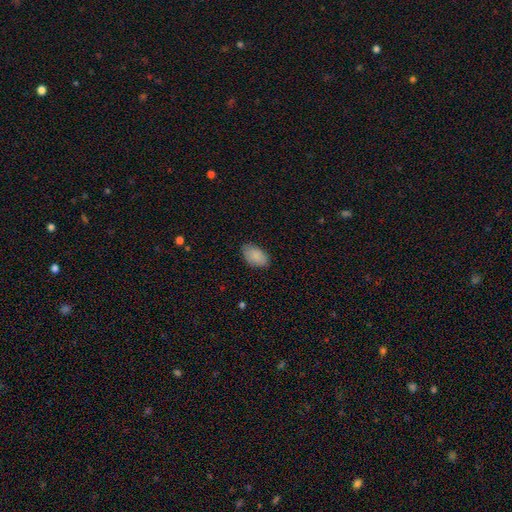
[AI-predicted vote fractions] smooth_or_featured: smooth (p=0.88) [alt: star or artifact p=0.07]
how_rounded: in between (p=0.93) [alt: round p=0.05]
merging: none (p=0.82) [alt: minor disturbance p=0.15]